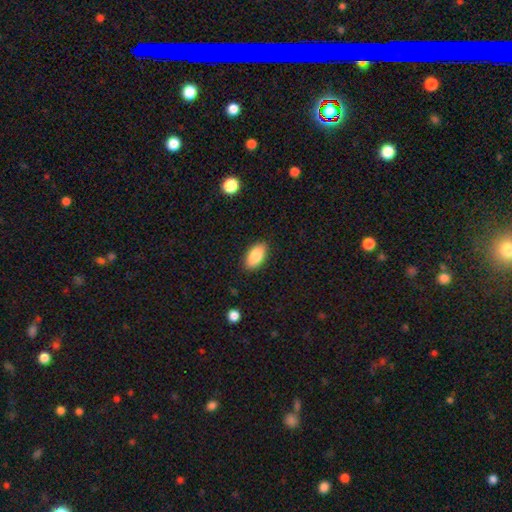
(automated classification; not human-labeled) Smooth or featured? Predicted: smooth (p=0.85). How rounded? Predicted: in between (p=0.93). Merging? Predicted: none (p=0.87).